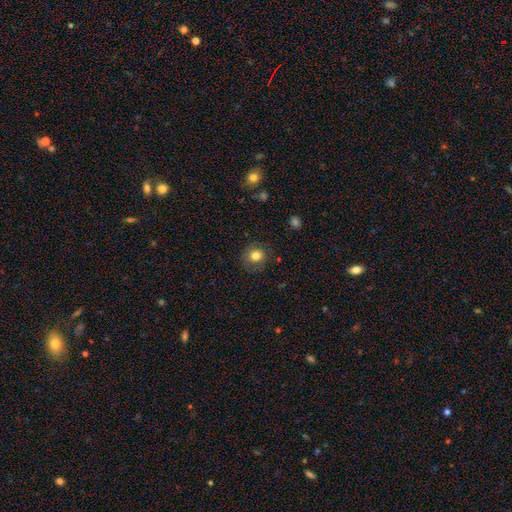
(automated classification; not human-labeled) This appears to be a smooth galaxy with no disk features (80%) that is round (86%). Merging: none (83%).